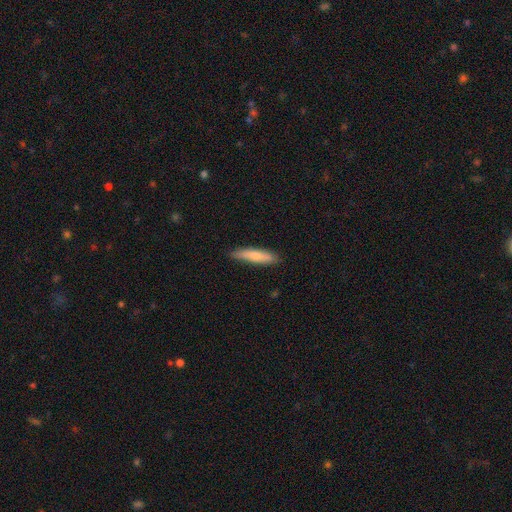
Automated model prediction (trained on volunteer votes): Smooth or featured? smooth (73%)
How rounded? cigar-shaped (82%)
Merging? none (84%)